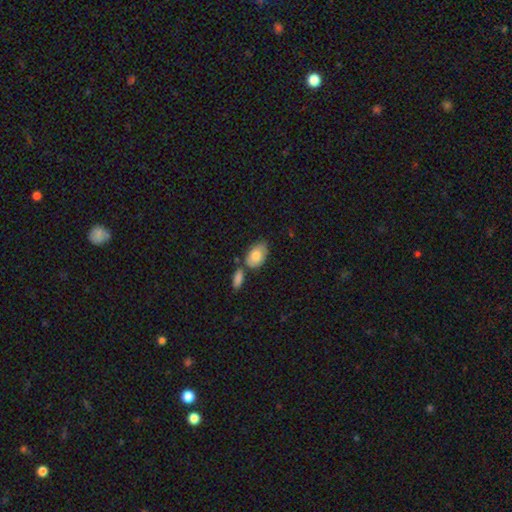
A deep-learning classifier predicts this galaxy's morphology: A smooth galaxy with no disk features (80%) that is in between round and cigar-shaped (91%).

Vote fractions:
- Smooth or featured? smooth: 80% / featured or disk: 14% / star or artifact: 6%
- How rounded? in between: 91% / round: 8% / cigar-shaped: 2%
- Merging? none: 54% / merger: 22% / minor disturbance: 19% / major disturbance: 5%